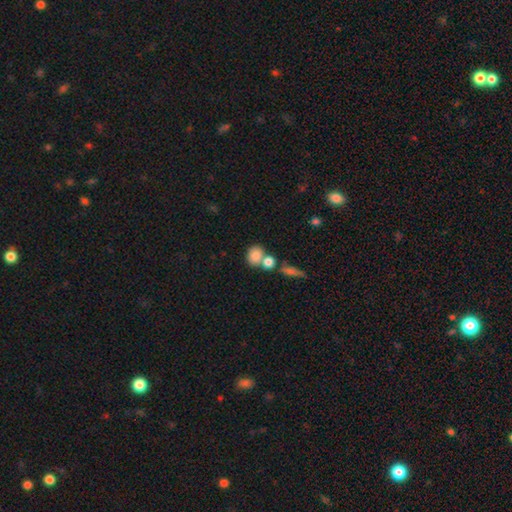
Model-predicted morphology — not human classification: This is clearly a smooth galaxy (81%). How rounded: possibly round (55%). Merging: possibly none (45%).